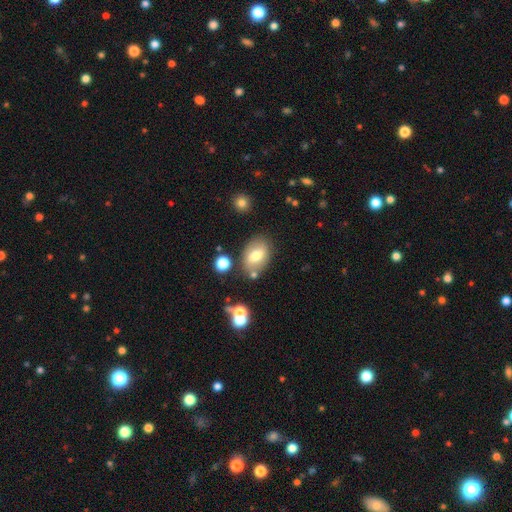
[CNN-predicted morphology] Smooth or featured: smooth — 66% (featured or disk — 25%)
How rounded: in between — 82% (round — 16%)
Merging: none — 74% (minor disturbance — 14%)